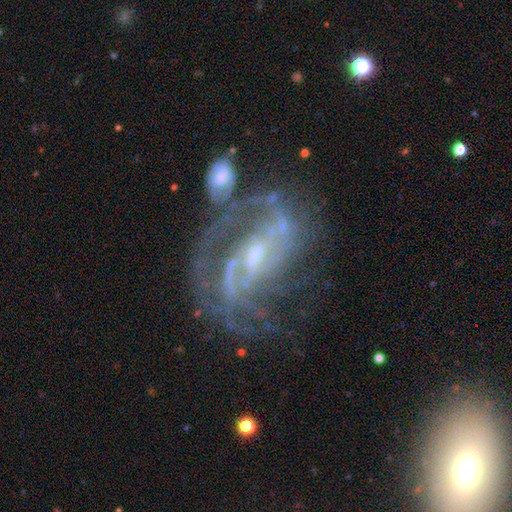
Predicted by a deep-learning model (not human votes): featured or disk 86%, star or artifact 8%, smooth 6%. Down the decision tree: edge-on disk — no (96%); bar — weak (46%); spiral arms — yes (90%); spiral arm count — 2 (42%); spiral winding — medium (45%); bulge size — small (53%); merging — none (46%).